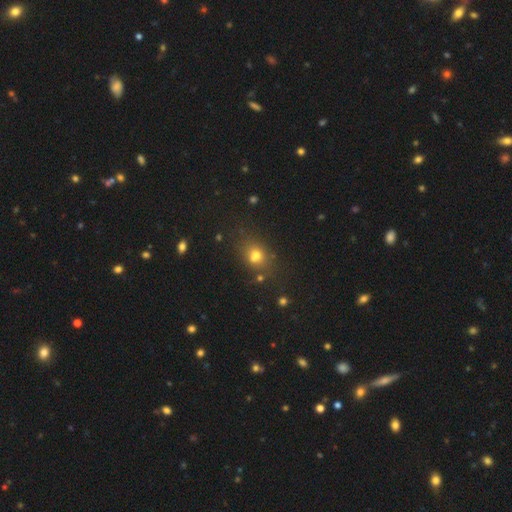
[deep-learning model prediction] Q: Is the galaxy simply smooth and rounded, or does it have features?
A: smooth — 68%.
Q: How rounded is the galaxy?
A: in between — 52%.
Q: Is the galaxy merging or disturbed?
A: none — 58%.